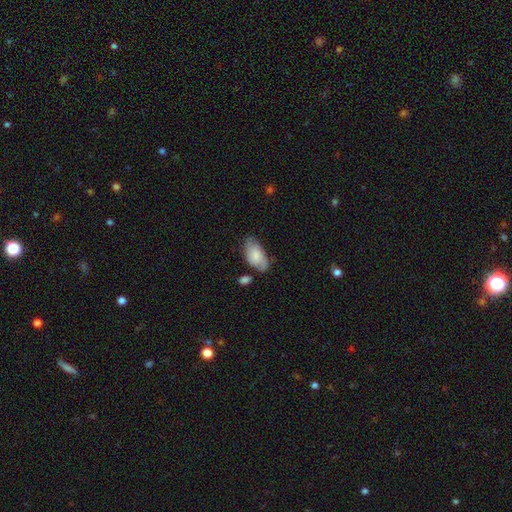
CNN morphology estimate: This appears to be a smooth galaxy with no disk features (63%) that is in between round and cigar-shaped (94%). Merging: none (61%).